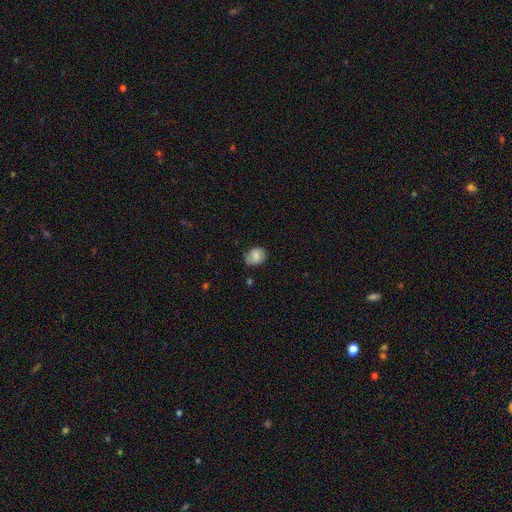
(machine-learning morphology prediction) smooth_or_featured: smooth (p=0.75) [alt: featured or disk p=0.17]
how_rounded: round (p=0.52) [alt: in between p=0.47]
merging: none (p=0.66) [alt: minor disturbance p=0.26]